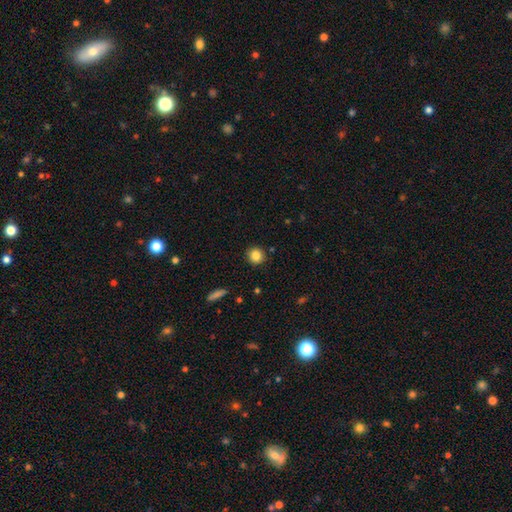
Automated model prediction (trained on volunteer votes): Morphology: type=smooth (85%); roundness=round (91%); merging=none (90%).